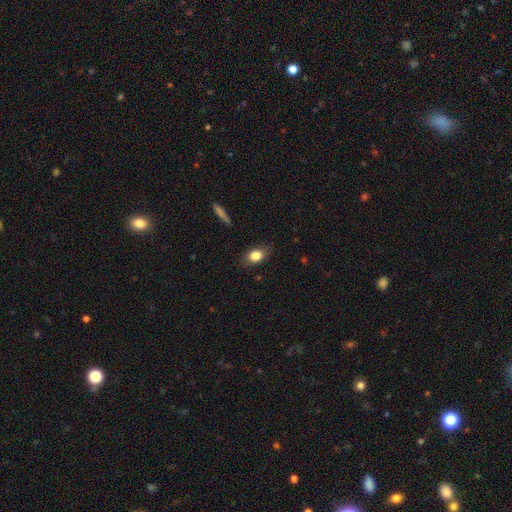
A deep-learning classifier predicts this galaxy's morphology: Smooth or featured: smooth — 82% (featured or disk — 10%)
How rounded: in between — 81% (round — 16%)
Merging: none — 78% (minor disturbance — 17%)